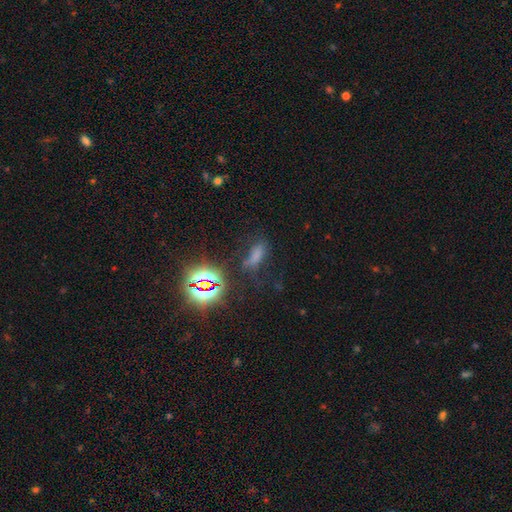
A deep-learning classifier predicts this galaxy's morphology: smooth 58%, star or artifact 32%, featured or disk 11%. Down the decision tree: how rounded — in between (66%); merging — none (56%).